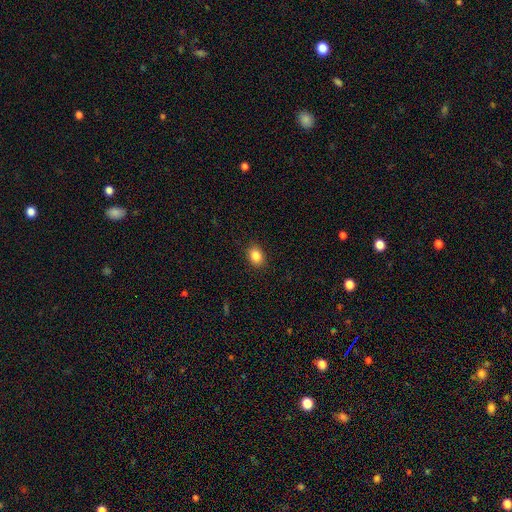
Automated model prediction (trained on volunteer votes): A smooth galaxy with no disk features (86%) that is in between round and cigar-shaped (66%).

Vote fractions:
- Smooth or featured? smooth: 86% / star or artifact: 10% / featured or disk: 5%
- How rounded? in between: 66% / round: 33% / cigar-shaped: 1%
- Merging? none: 89% / minor disturbance: 8% / major disturbance: 2% / merger: 1%